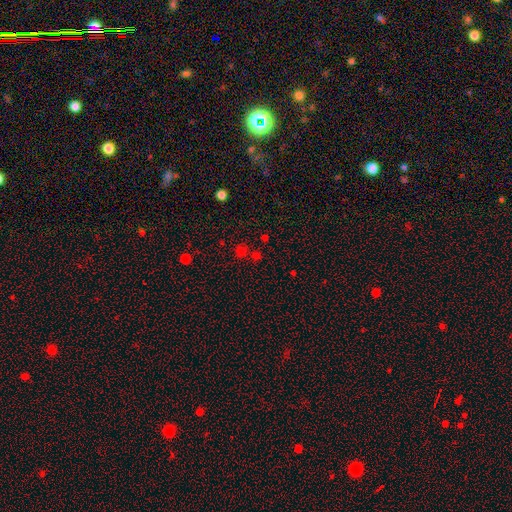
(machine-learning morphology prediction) smooth_or_featured: smooth (p=0.56) [alt: star or artifact p=0.37]
how_rounded: round (p=0.89) [alt: in between p=0.10]
merging: none (p=0.68) [alt: merger p=0.20]